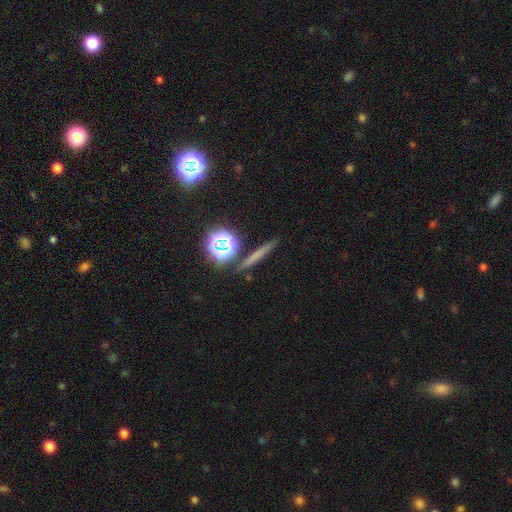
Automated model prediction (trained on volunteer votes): Q: Smooth or featured?
A: smooth (54%); runner-up: featured or disk (24%)
Q: How rounded?
A: cigar-shaped (81%); runner-up: round (13%)
Q: Merging?
A: none (85%); runner-up: minor disturbance (8%)